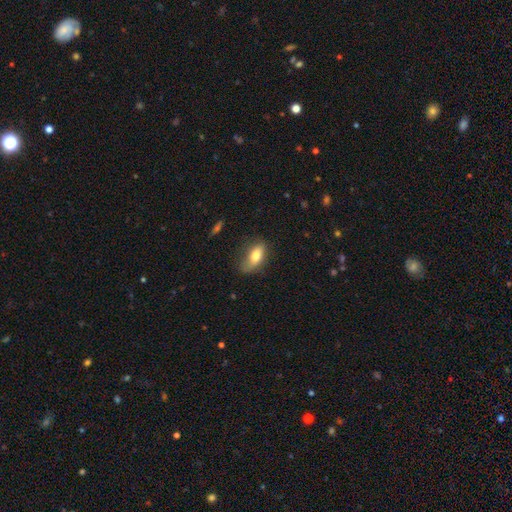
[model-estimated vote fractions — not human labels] Smooth or featured: smooth — 76% (featured or disk — 17%)
How rounded: in between — 83% (cigar-shaped — 13%)
Merging: none — 56% (minor disturbance — 30%)